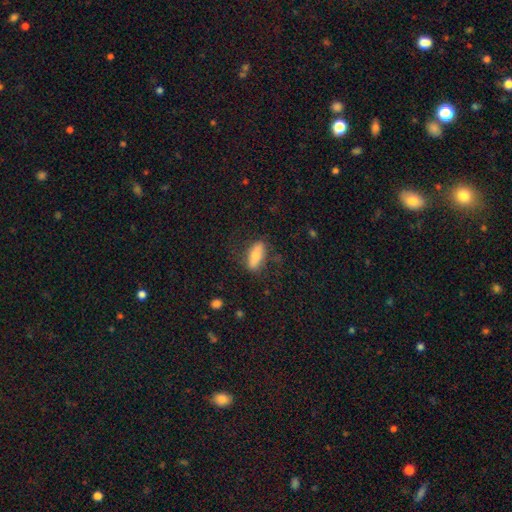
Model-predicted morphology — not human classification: This is likely a smooth galaxy (68%). How rounded: likely in between (70%). Merging: likely none (72%).